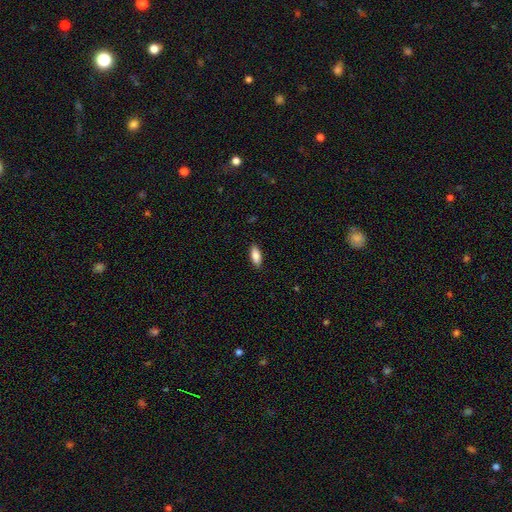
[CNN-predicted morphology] This appears to be a smooth galaxy with no disk features (87%) that is in between round and cigar-shaped (82%). Merging: none (89%).